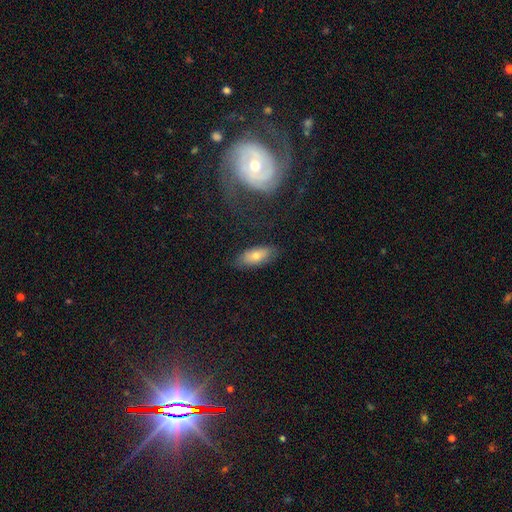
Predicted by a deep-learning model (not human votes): This appears to be a smooth galaxy with no disk features (70%) that is in between round and cigar-shaped (83%). Merging: none (78%).